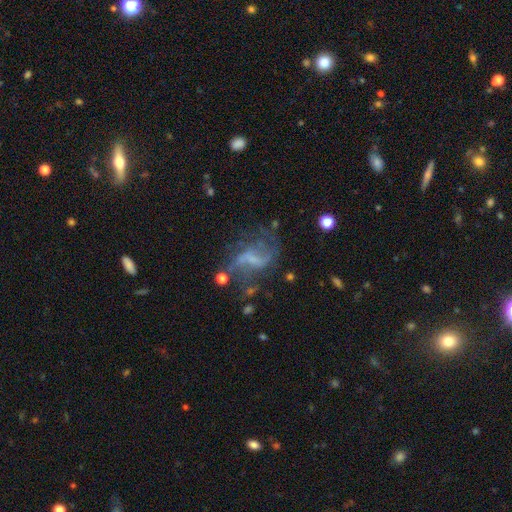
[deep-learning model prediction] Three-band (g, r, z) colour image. It shows a featured or disk galaxy (65%) with a weak bar (44%), spiral arms (78%) and a small central bulge (41%). Merging: none (57%).